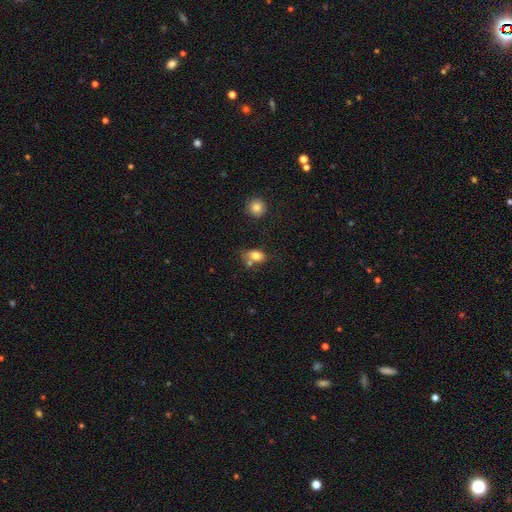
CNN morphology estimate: Smooth or featured: smooth — 78% (featured or disk — 12%)
How rounded: in between — 77% (round — 20%)
Merging: none — 50% (merger — 22%)